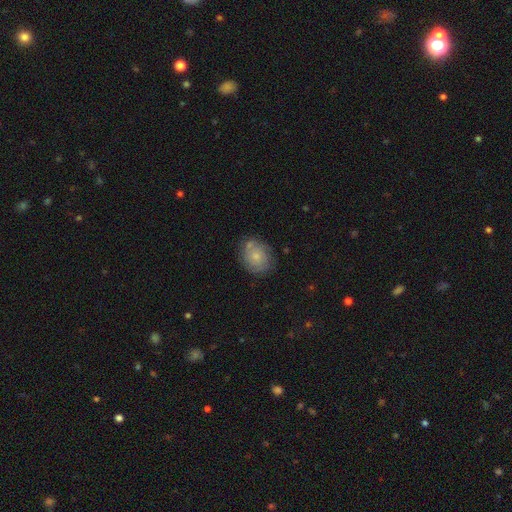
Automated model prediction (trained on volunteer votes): Smooth or featured?
  - smooth: 55% *
  - featured or disk: 36%
  - star or artifact: 9%
How rounded?
  - round: 59% *
  - in between: 40%
  - cigar-shaped: 1%
Merging?
  - none: 70% *
  - minor disturbance: 18%
  - merger: 7%
  - major disturbance: 5%